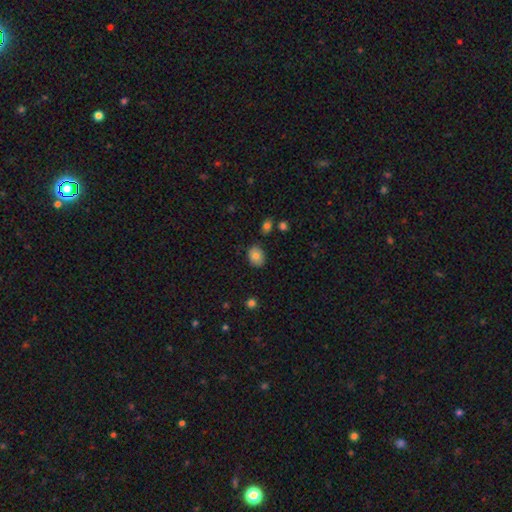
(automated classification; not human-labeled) Morphology: type=smooth (80%); roundness=in between (59%); merging=none (81%).